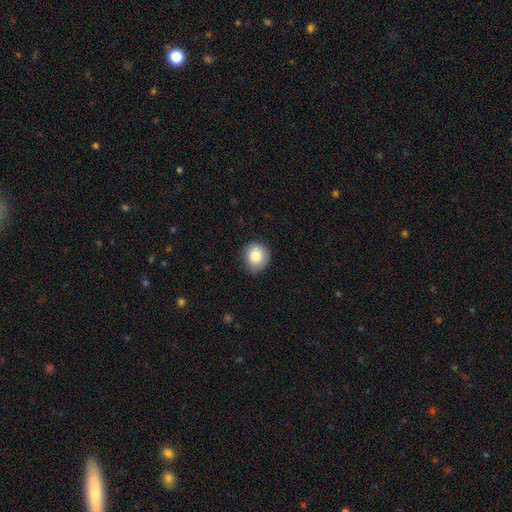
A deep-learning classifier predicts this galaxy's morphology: Smooth or featured? Predicted: smooth (p=0.84). How rounded? Predicted: round (p=0.81). Merging? Predicted: none (p=0.83).